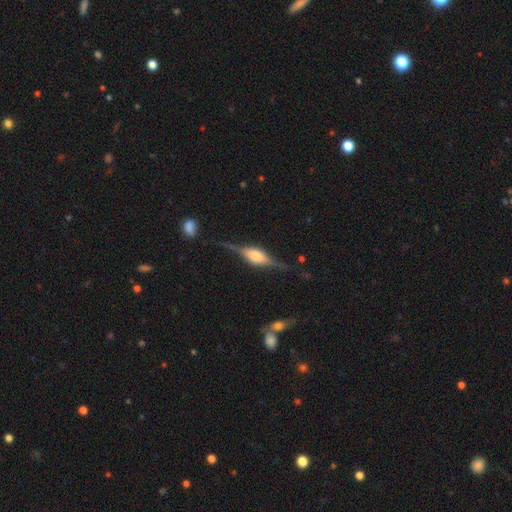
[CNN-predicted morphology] smooth_or_featured: featured or disk (p=0.81) [alt: smooth p=0.13]
disk_edge_on: yes (p=0.97) [alt: no p=0.03]
edge_on_bulge: rounded (p=0.78) [alt: boxy p=0.20]
merging: none (p=0.79) [alt: minor disturbance p=0.14]